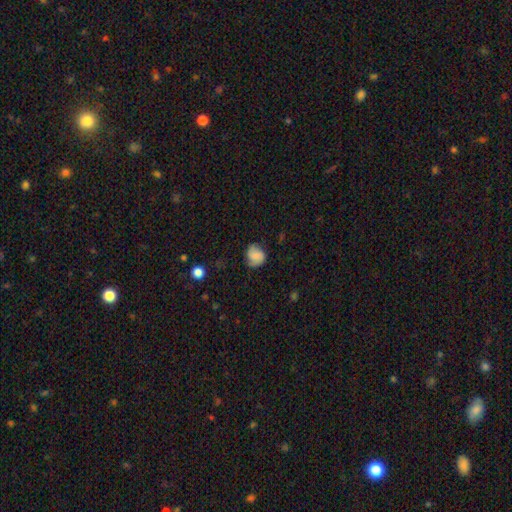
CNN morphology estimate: The model was most divided on "smooth or featured": smooth: 60%, featured or disk: 32%, star or artifact: 9%. More confident: how rounded — round (76%); merging — none (69%).